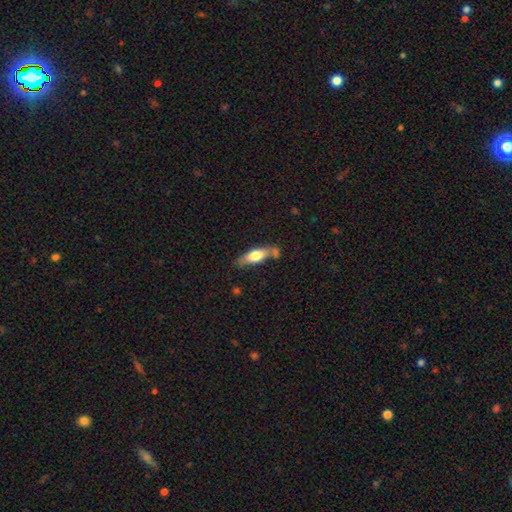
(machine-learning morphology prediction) Smooth or featured? Predicted: smooth (p=0.60). How rounded? Predicted: in between (p=0.51). Merging? Predicted: none (p=0.61).